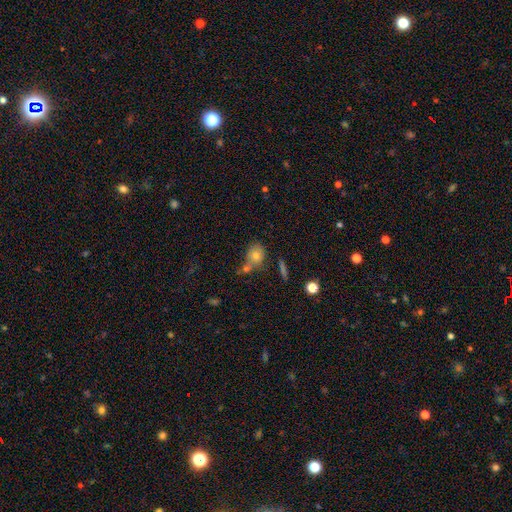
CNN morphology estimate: Smooth or featured? smooth (73%)
How rounded? round (54%)
Merging? none (49%)